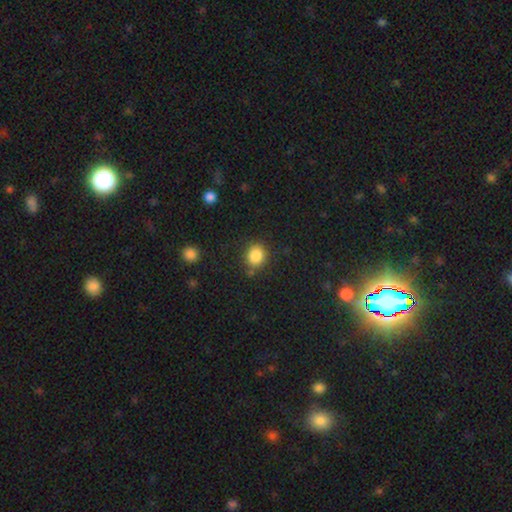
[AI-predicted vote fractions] Smooth or featured: smooth — 86% (star or artifact — 10%)
How rounded: round — 77% (in between — 22%)
Merging: none — 79% (minor disturbance — 12%)